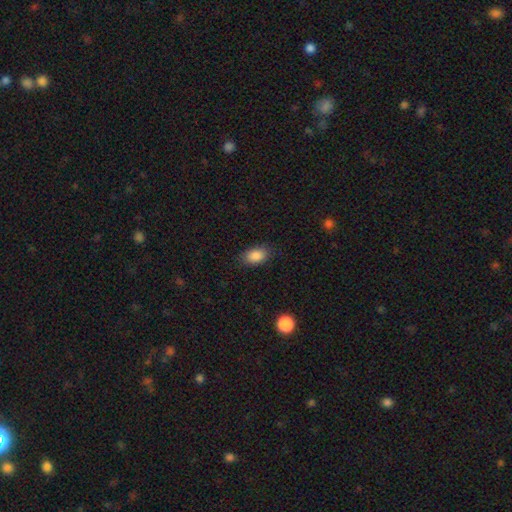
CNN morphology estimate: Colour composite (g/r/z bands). It shows a smooth galaxy with no disk features (87%) that is in between round and cigar-shaped (87%). Merging: none (84%).